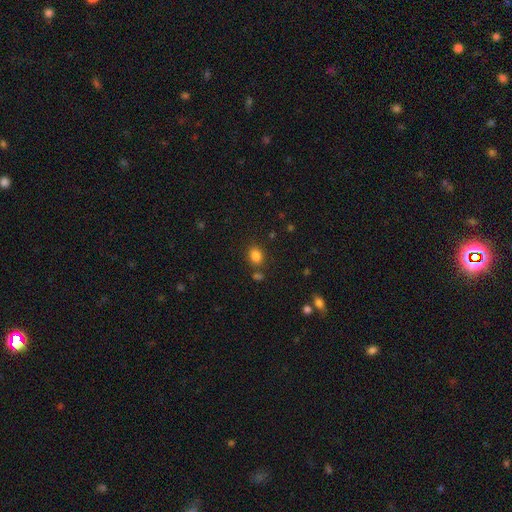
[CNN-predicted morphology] Q: Smooth or featured?
A: smooth (83%); runner-up: star or artifact (12%)
Q: How rounded?
A: in between (56%); runner-up: round (43%)
Q: Merging?
A: none (78%); runner-up: minor disturbance (11%)